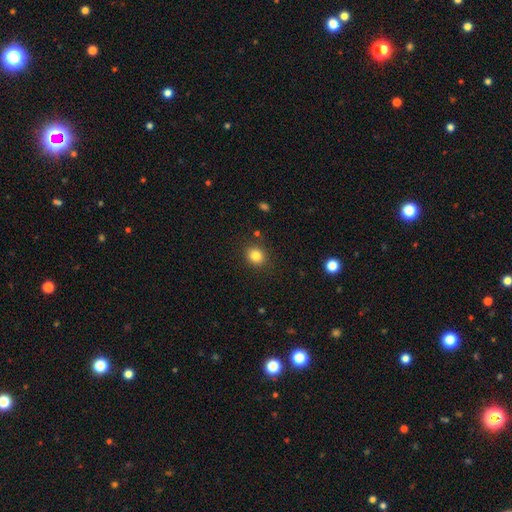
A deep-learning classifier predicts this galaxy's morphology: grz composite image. It shows a smooth galaxy with no disk features (83%) that is round (76%). Merging: none (87%).